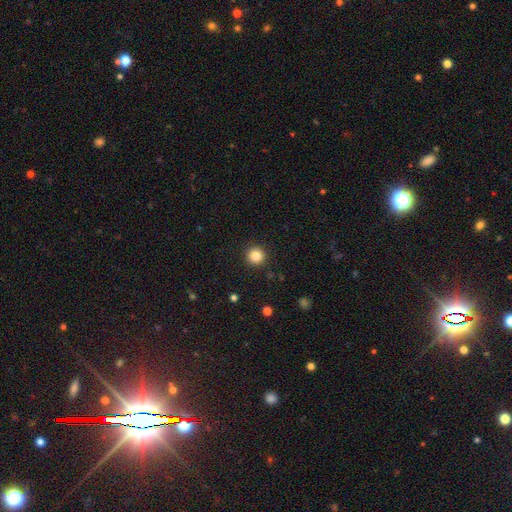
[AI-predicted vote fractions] This appears to be a smooth galaxy with no disk features (83%) that is round (96%). Merging: none (93%).